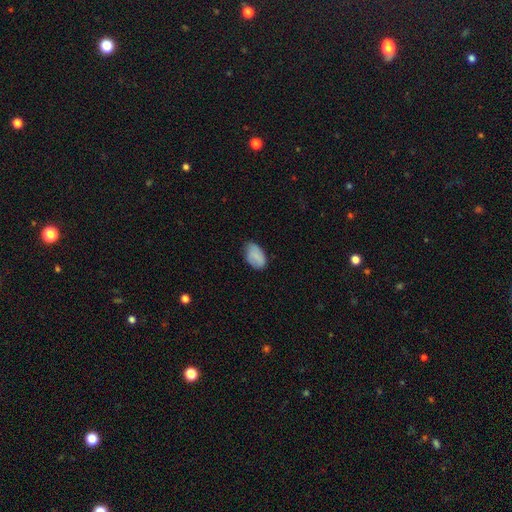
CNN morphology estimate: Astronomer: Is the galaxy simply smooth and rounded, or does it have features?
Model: smooth — 83%.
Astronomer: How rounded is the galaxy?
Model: in between — 92%.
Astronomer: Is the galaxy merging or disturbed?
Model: none — 68%.